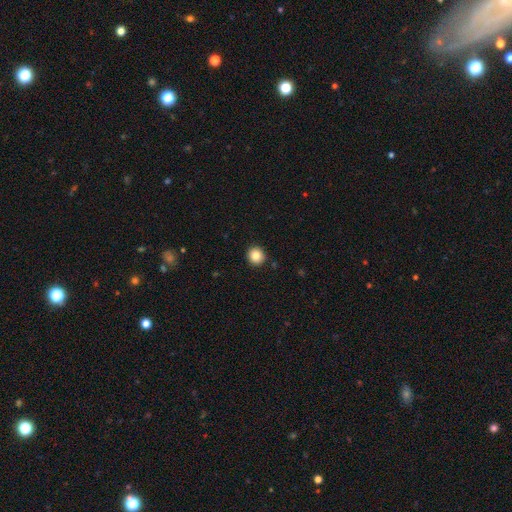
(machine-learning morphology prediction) smooth_or_featured: smooth (p=0.84) [alt: star or artifact p=0.10]
how_rounded: round (p=0.92) [alt: in between p=0.07]
merging: none (p=0.92) [alt: minor disturbance p=0.05]